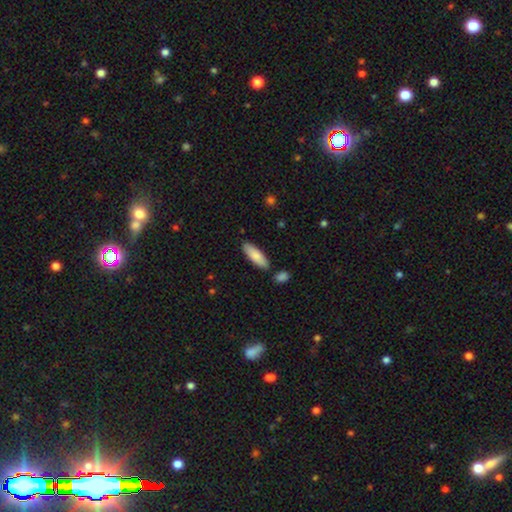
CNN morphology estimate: A smooth galaxy with no disk features (84%) that is in between round and cigar-shaped (52%). Merging: none (83%).